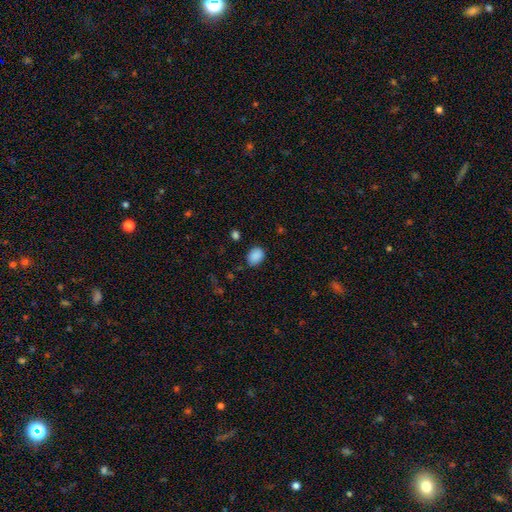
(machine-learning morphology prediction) Smooth or featured? Predicted: smooth (p=0.89). How rounded? Predicted: in between (p=0.66). Merging? Predicted: none (p=0.81).